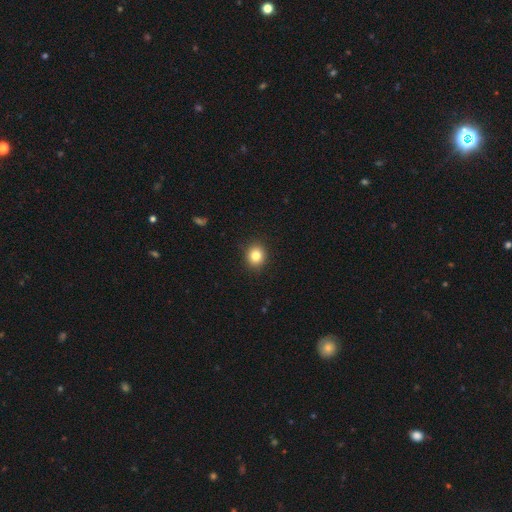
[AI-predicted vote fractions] The model was most divided on "how rounded": round: 80%, in between: 19%, cigar-shaped: 1%. More confident: merging — none (91%); smooth or featured — smooth (82%).